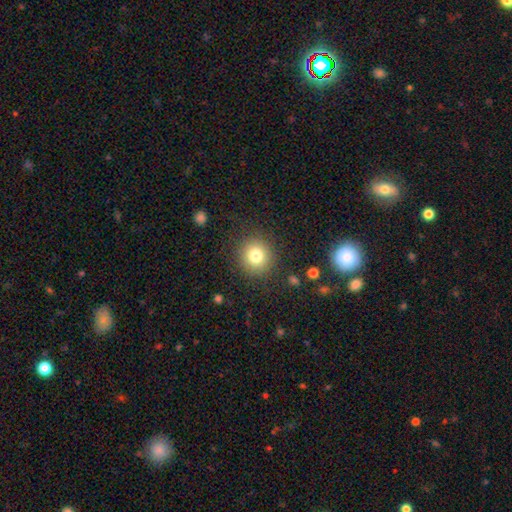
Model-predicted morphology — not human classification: type=smooth (79%); roundness=round (91%); merging=none (87%).